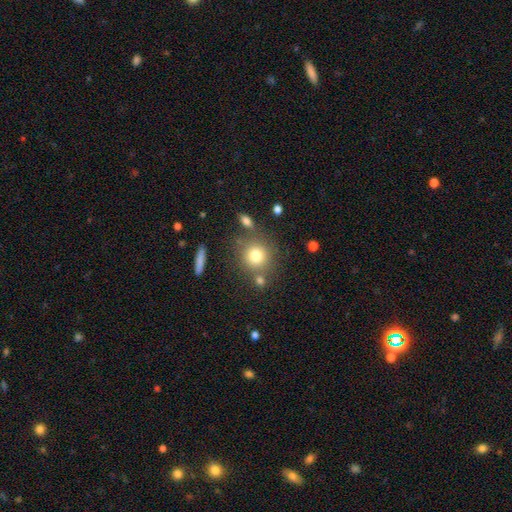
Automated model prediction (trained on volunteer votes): smooth_or_featured: smooth (p=0.77) [alt: star or artifact p=0.12]
how_rounded: round (p=0.89) [alt: in between p=0.10]
merging: none (p=0.70) [alt: merger p=0.14]